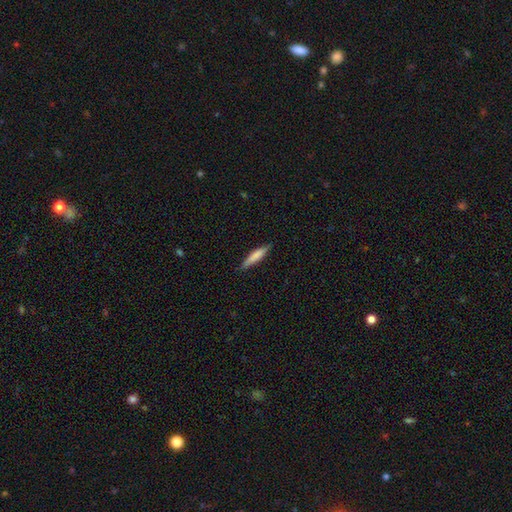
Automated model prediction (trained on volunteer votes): Smooth or featured? Predicted: smooth (p=0.73). How rounded? Predicted: cigar-shaped (p=0.86). Merging? Predicted: none (p=0.84).